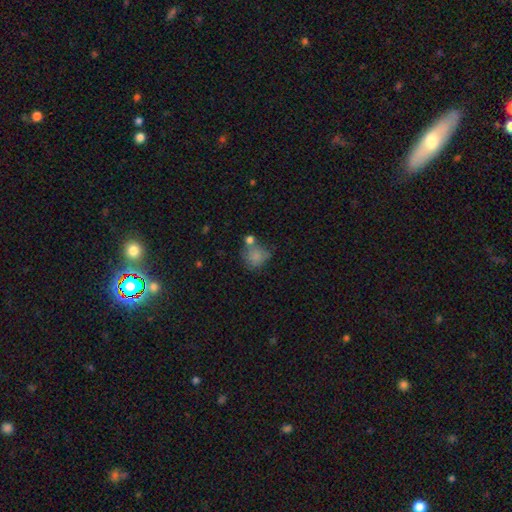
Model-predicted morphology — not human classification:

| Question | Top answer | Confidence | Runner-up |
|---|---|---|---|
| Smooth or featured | smooth | 79% | featured or disk (11%) |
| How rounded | round | 74% | in between (25%) |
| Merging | none | 43% | merger (23%) |